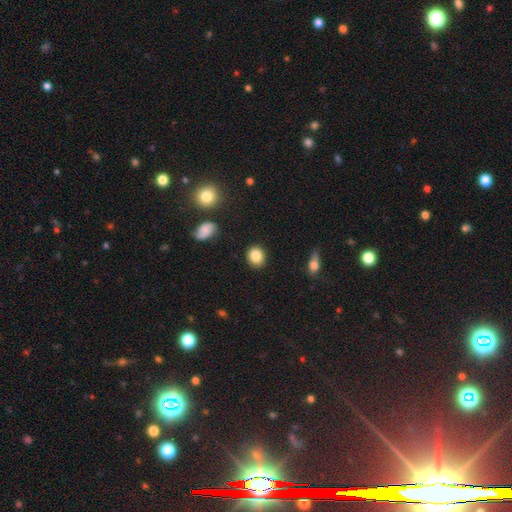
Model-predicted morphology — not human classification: smooth-or-featured: smooth: 85% | star or artifact: 9% | featured or disk: 6%
  how-rounded: round: 63% | in between: 36% | cigar-shaped: 1%
  merging: none: 89% | minor disturbance: 7% | major disturbance: 2% | merger: 2%